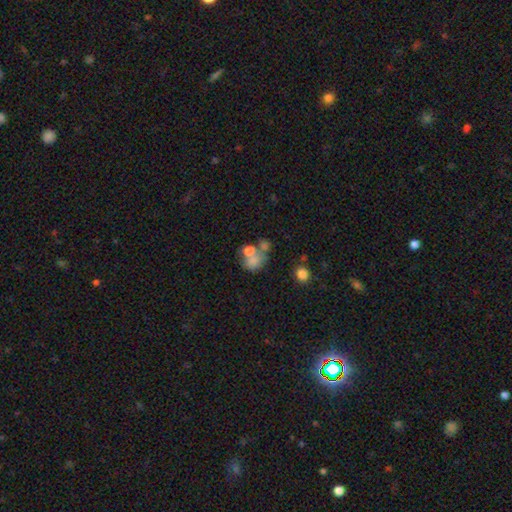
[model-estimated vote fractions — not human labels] Morphology: type=smooth (65%); roundness=round (55%); merging=merger (49%).